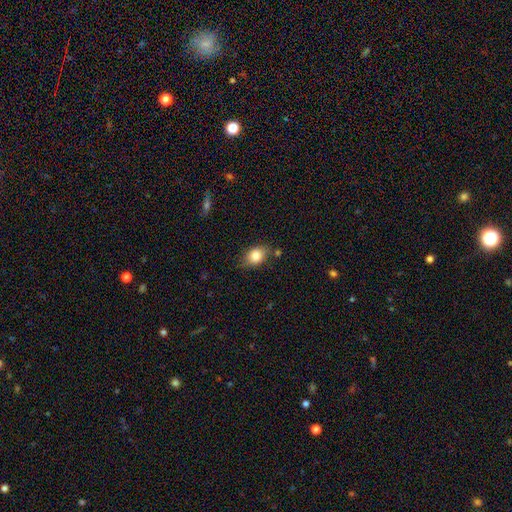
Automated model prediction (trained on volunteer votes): This is clearly a smooth galaxy (84%). How rounded: likely in between (72%). Merging: likely none (73%).